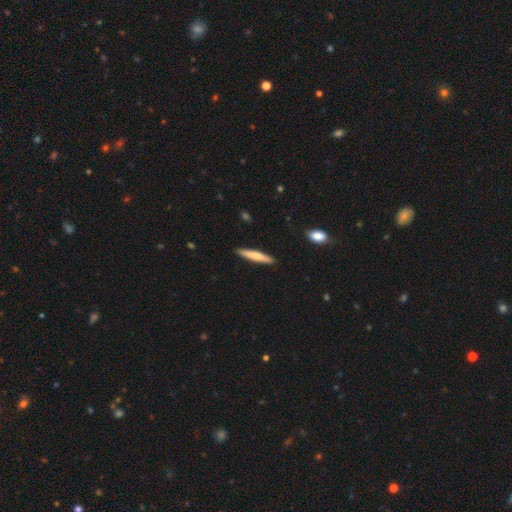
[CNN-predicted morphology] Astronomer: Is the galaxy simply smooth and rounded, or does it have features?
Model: smooth — 66%.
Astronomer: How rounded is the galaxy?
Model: cigar-shaped — 91%.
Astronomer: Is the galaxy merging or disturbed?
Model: none — 90%.